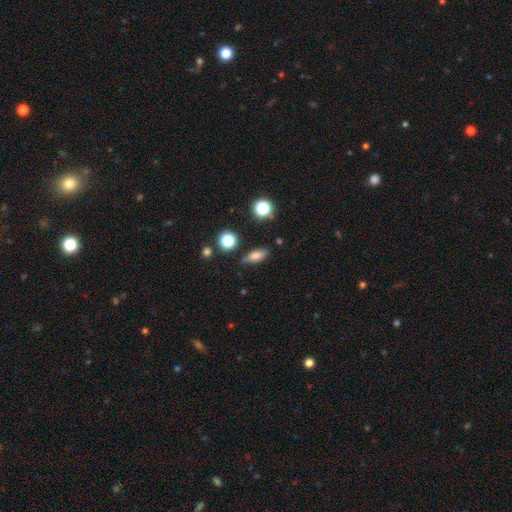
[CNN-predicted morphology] Smooth or featured?
  - smooth: 73% *
  - featured or disk: 16%
  - star or artifact: 11%
How rounded?
  - in between: 61% *
  - cigar-shaped: 30%
  - round: 10%
Merging?
  - none: 80% *
  - minor disturbance: 14%
  - major disturbance: 4%
  - merger: 3%